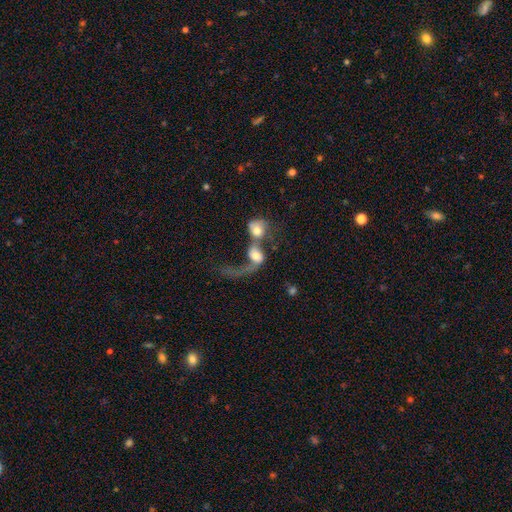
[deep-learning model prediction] smooth-or-featured: smooth: 46% | featured or disk: 44% | star or artifact: 10%
  merging: merger: 75% | major disturbance: 14% | none: 7% | minor disturbance: 4%